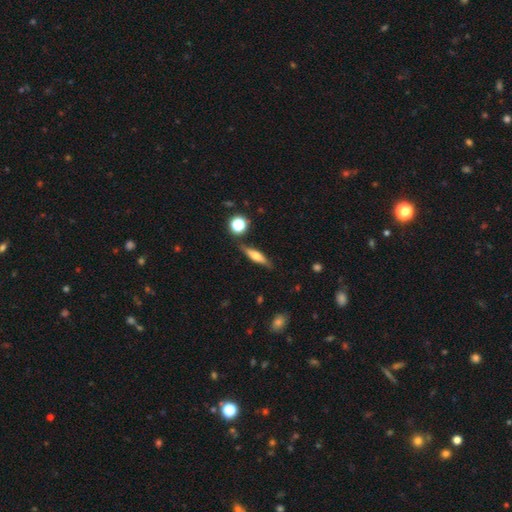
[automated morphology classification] Overall: featured or disk (47%; smooth 44%). Merging: none (81%).